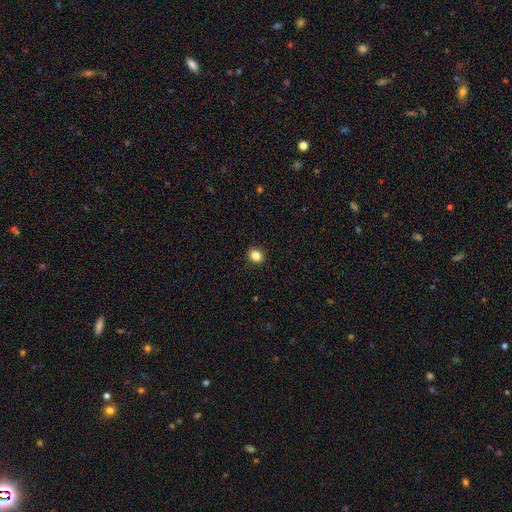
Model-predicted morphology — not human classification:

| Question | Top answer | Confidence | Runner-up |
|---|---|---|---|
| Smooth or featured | smooth | 84% | star or artifact (11%) |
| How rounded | round | 77% | in between (22%) |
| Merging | none | 92% | minor disturbance (5%) |